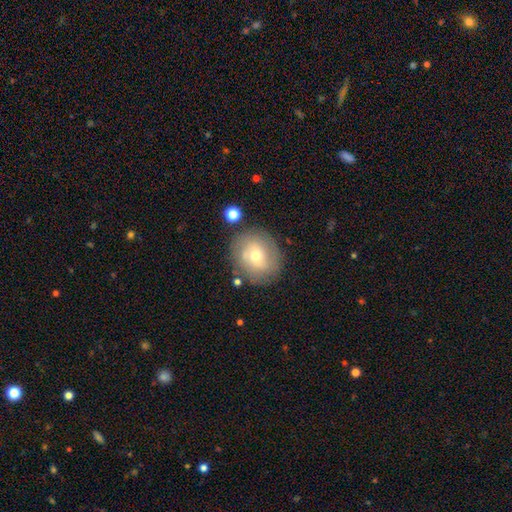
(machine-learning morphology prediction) Smooth or featured? featured or disk (47%)
Merging? none (78%)